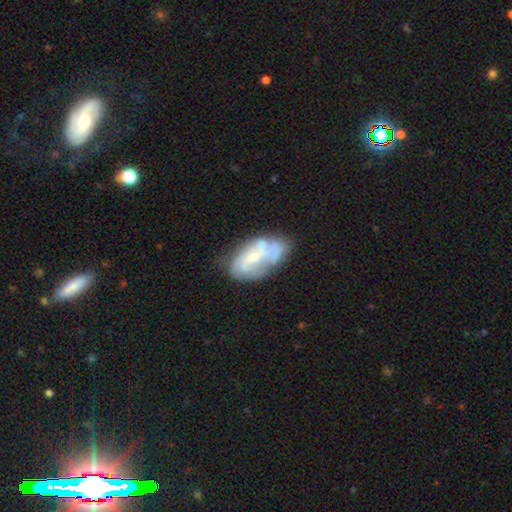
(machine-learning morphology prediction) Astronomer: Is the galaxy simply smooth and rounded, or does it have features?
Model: featured or disk — 64%.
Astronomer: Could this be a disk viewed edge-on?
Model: no — 95%.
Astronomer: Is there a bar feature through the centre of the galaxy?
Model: no — 60%.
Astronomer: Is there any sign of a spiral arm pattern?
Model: yes — 53% (runner-up: no, 47%).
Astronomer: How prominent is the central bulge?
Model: small — 61%.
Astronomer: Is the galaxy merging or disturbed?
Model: none — 47% (runner-up: minor disturbance, 27%).